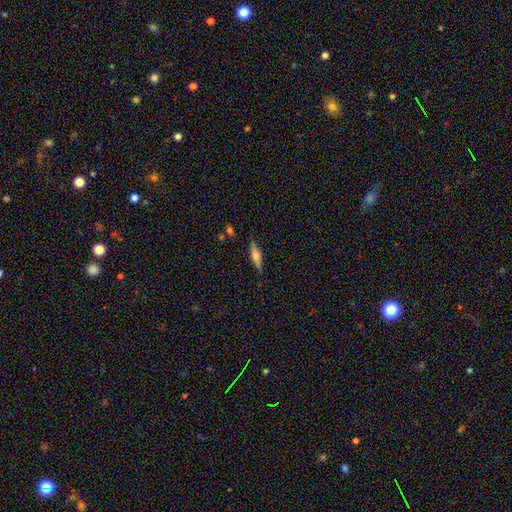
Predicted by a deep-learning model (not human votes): Overall: featured or disk (49%; smooth 43%). Merging: none (85%).